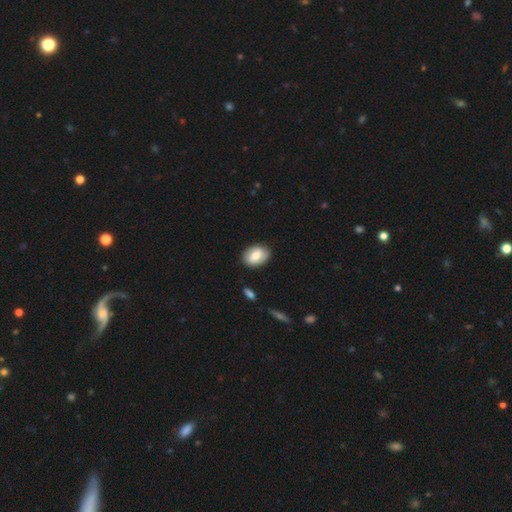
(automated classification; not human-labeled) This is likely a smooth galaxy (71%). How rounded: likely in between (80%). Merging: clearly none (84%).